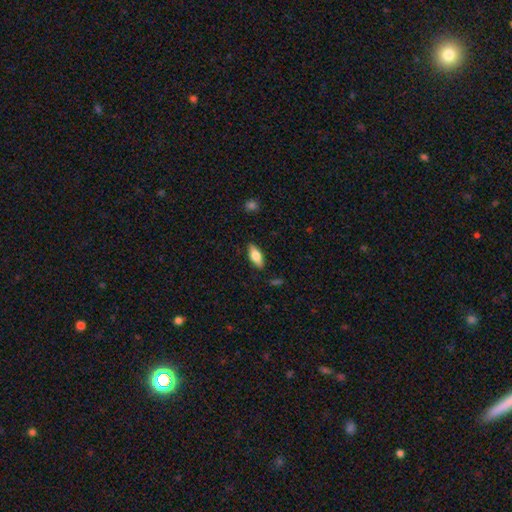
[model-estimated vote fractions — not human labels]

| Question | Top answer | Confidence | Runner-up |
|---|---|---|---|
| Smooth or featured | smooth | 71% | featured or disk (23%) |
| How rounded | in between | 77% | cigar-shaped (20%) |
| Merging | none | 87% | minor disturbance (10%) |